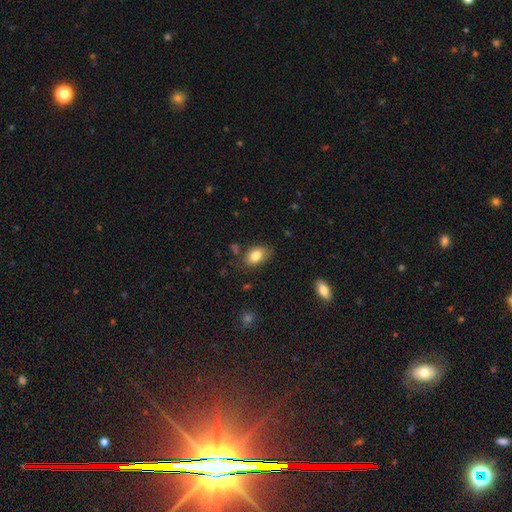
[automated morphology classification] A smooth galaxy with no disk features (83%) that is in between round and cigar-shaped (84%). Merging: none (74%).